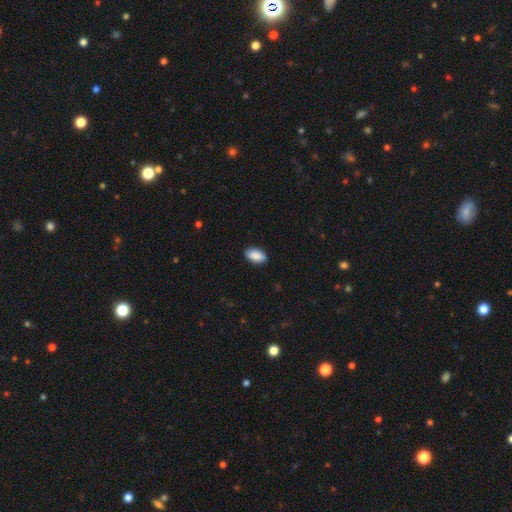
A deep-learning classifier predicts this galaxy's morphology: Smooth or featured: smooth — 89% (star or artifact — 6%)
How rounded: in between — 94% (round — 4%)
Merging: none — 89% (minor disturbance — 8%)